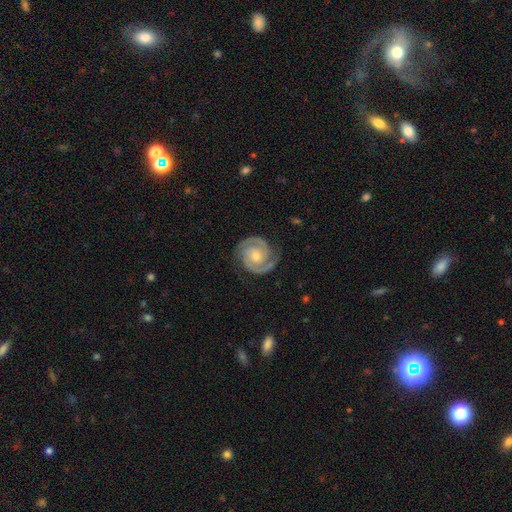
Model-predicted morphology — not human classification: This appears to be a featured or disk galaxy (92%) with no bar (65%), 2 (93%) tight (68%) spiral arms (99%) and a moderate central bulge (55%). Merging: none (85%).